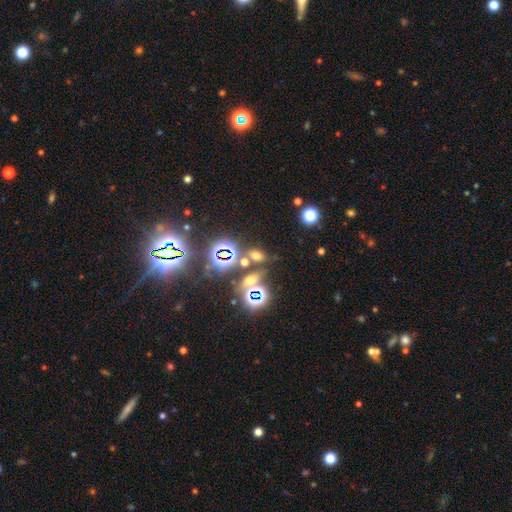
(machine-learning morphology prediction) Smooth or featured? Predicted: smooth (p=0.45). Merging? Predicted: none (p=0.70).